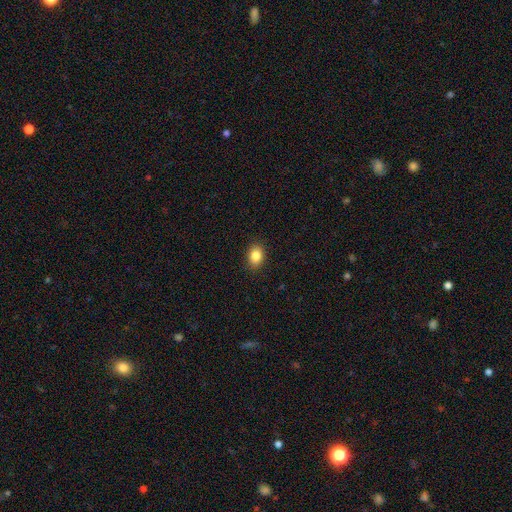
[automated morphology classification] A smooth galaxy with no disk features (85%) that is in between round and cigar-shaped (72%). Merging: none (89%).